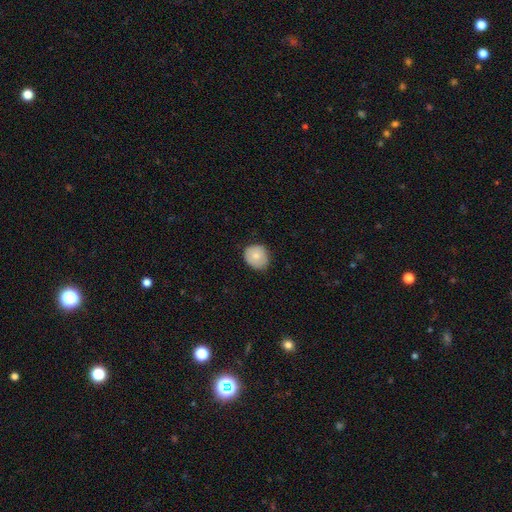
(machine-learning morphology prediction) Smooth or featured: smooth — 77% (featured or disk — 16%)
How rounded: round — 73% (in between — 26%)
Merging: none — 76% (minor disturbance — 20%)